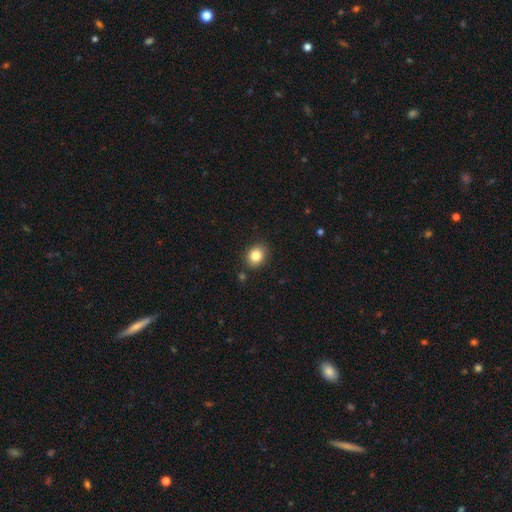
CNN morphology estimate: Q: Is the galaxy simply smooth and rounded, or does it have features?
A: smooth — 83%.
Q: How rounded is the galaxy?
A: round — 58%.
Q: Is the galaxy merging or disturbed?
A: none — 87%.